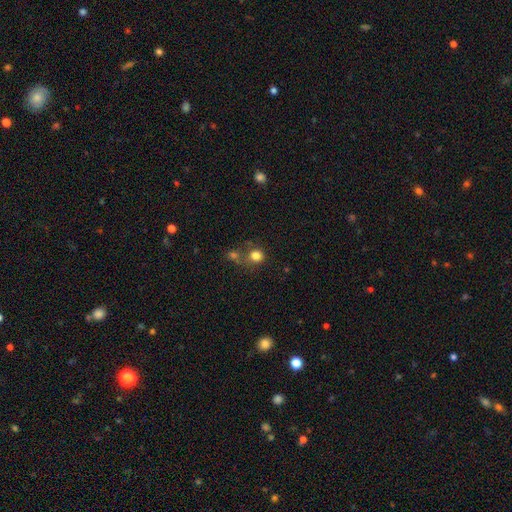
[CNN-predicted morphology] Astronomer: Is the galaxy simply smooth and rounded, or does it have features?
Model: smooth — 79%.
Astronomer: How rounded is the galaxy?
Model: round — 81%.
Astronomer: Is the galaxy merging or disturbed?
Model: none — 52% (runner-up: merger, 28%).